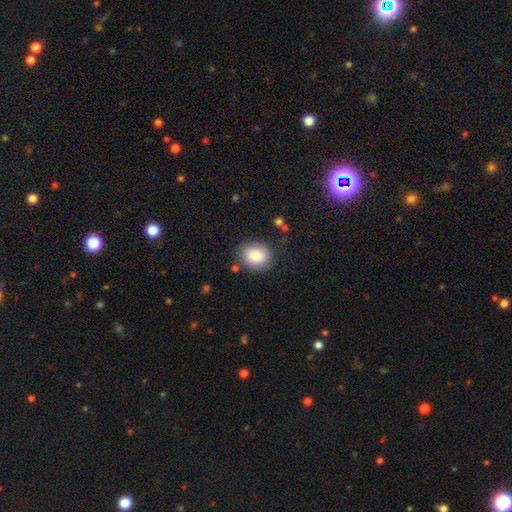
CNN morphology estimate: Smooth or featured? Predicted: smooth (p=0.87). How rounded? Predicted: round (p=0.64). Merging? Predicted: none (p=0.81).